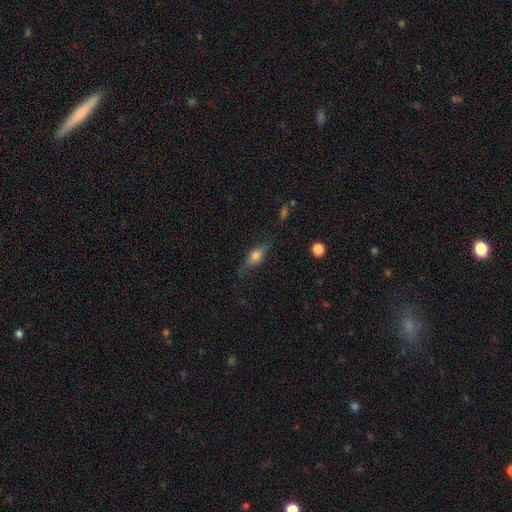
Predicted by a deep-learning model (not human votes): smooth 51%, featured or disk 41%, star or artifact 8%. Down the decision tree: how rounded — in between (57%); merging — none (73%).